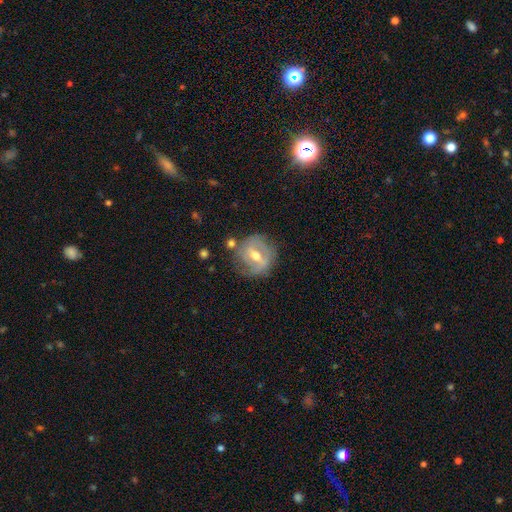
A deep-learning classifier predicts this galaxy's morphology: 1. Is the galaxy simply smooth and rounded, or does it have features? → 67% featured or disk, 25% smooth, 7% star or artifact.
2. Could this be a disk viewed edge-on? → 94% no, 6% yes.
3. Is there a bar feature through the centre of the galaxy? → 44% weak, 39% strong, 17% no.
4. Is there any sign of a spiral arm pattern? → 66% yes, 34% no.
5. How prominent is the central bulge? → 73% moderate, 22% small, 4% large, 1% none, 1% dominant.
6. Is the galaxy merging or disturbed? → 67% none, 20% minor disturbance, 8% major disturbance, 5% merger.